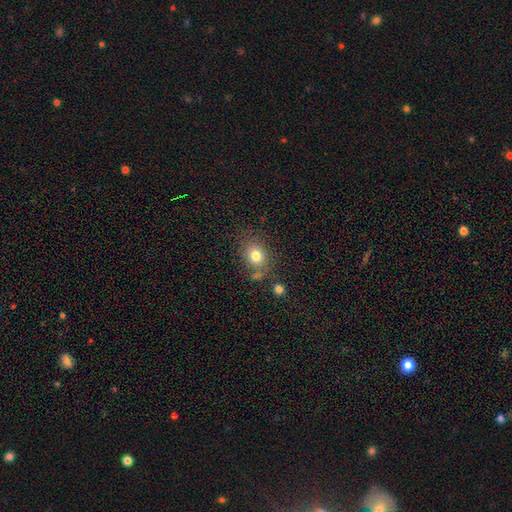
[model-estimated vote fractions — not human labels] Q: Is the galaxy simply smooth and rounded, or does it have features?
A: smooth — 78%.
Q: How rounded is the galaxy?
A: round — 58%.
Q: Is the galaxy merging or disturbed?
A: none — 68%.